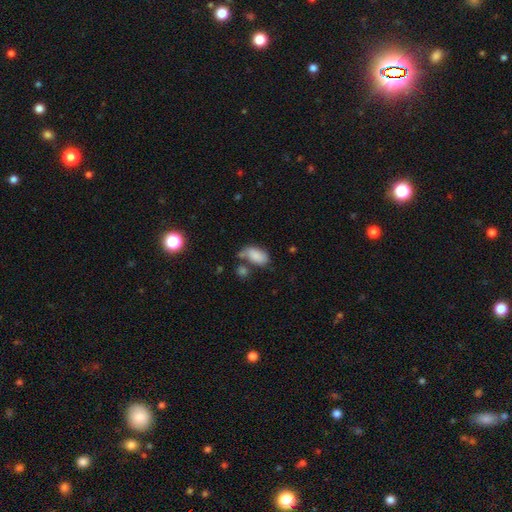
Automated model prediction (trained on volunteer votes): Smooth or featured: smooth — 83% (featured or disk — 9%)
How rounded: in between — 93% (round — 5%)
Merging: none — 44% (minor disturbance — 23%)